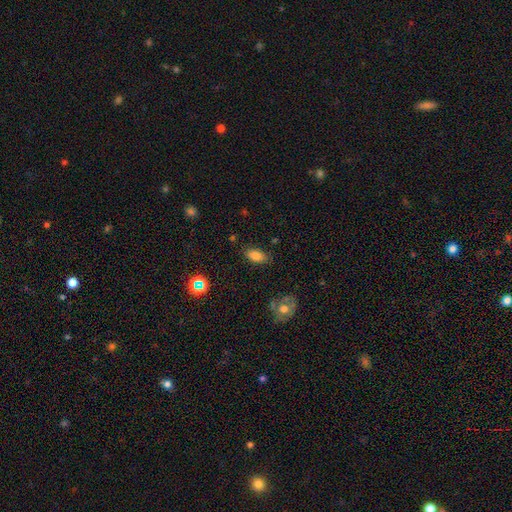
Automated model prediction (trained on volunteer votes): smooth-or-featured: smooth: 81% | star or artifact: 11% | featured or disk: 8%
  how-rounded: in between: 90% | round: 6% | cigar-shaped: 4%
  merging: none: 81% | minor disturbance: 13% | major disturbance: 3% | merger: 2%